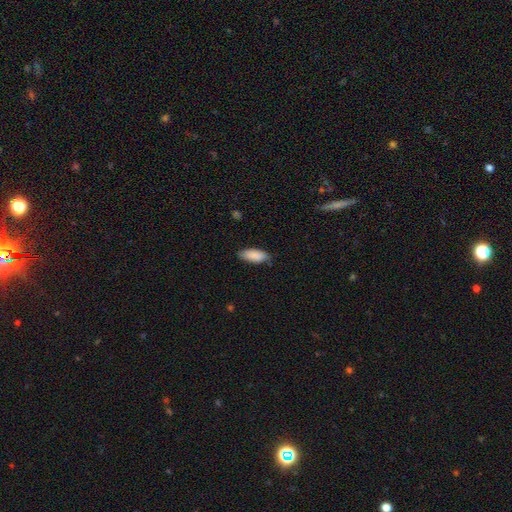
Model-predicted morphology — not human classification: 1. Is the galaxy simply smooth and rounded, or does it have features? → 88% smooth, 6% star or artifact, 6% featured or disk.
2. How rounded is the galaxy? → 83% in between, 15% cigar-shaped, 2% round.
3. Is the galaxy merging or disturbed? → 78% none, 18% minor disturbance, 3% major disturbance, 1% merger.